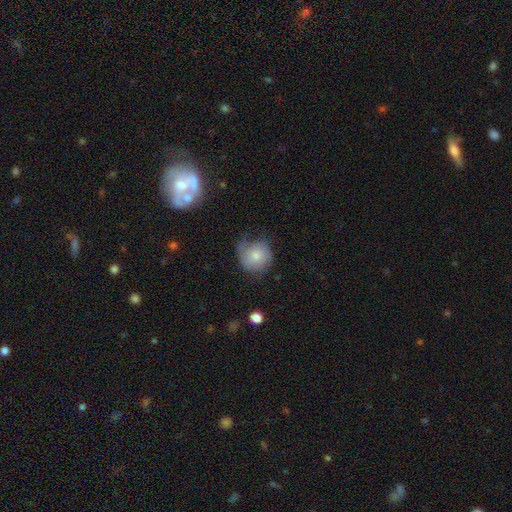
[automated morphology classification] This appears to be a smooth galaxy with no disk features (68%) that is round (85%). Merging: none (45%).